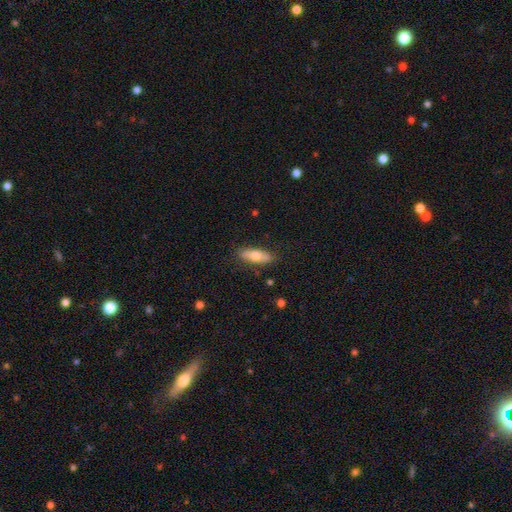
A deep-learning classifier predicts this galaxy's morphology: A smooth galaxy with no disk features (67%) that is in between round and cigar-shaped (62%).

Vote fractions:
- Smooth or featured? smooth: 67% / featured or disk: 27% / star or artifact: 6%
- How rounded? in between: 62% / cigar-shaped: 35% / round: 3%
- Merging? none: 84% / minor disturbance: 12% / major disturbance: 2% / merger: 1%